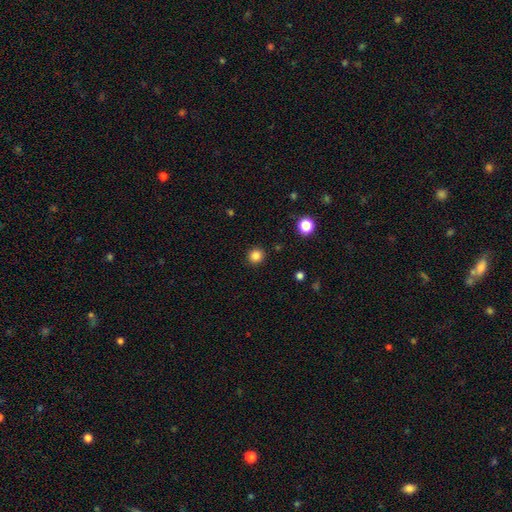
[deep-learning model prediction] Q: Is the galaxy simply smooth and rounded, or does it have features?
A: smooth — 84%.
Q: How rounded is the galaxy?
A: round — 88%.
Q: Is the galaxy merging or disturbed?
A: none — 91%.